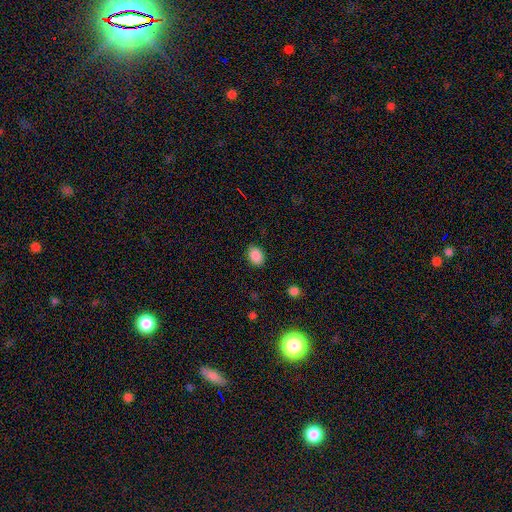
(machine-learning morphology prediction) Smooth or featured? smooth (89%)
How rounded? in between (79%)
Merging? none (88%)